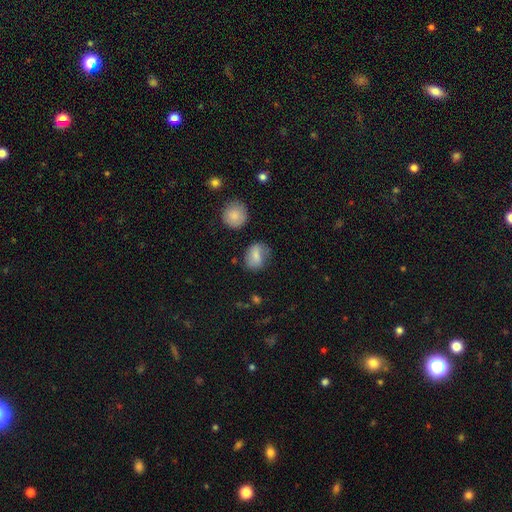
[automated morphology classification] Smooth or featured? smooth (73%)
How rounded? in between (51%)
Merging? none (65%)